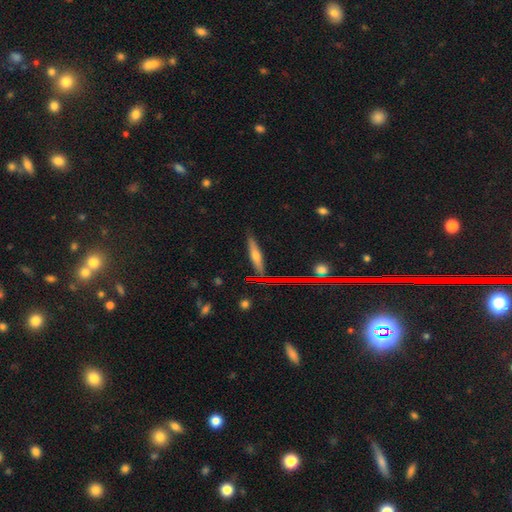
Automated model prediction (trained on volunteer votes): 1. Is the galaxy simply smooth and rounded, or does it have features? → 45% featured or disk, 43% smooth, 13% star or artifact.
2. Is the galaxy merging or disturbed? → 85% none, 10% minor disturbance, 2% major disturbance, 2% merger.